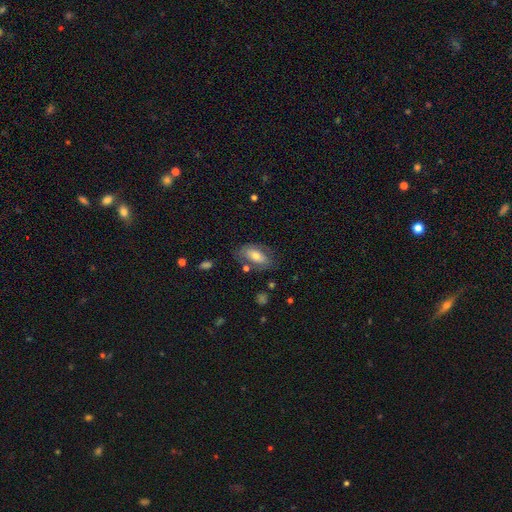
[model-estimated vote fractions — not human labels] smooth-or-featured: smooth: 62% | featured or disk: 31% | star or artifact: 7%
  how-rounded: in between: 89% | cigar-shaped: 6% | round: 5%
  merging: none: 67% | minor disturbance: 20% | major disturbance: 9% | merger: 5%